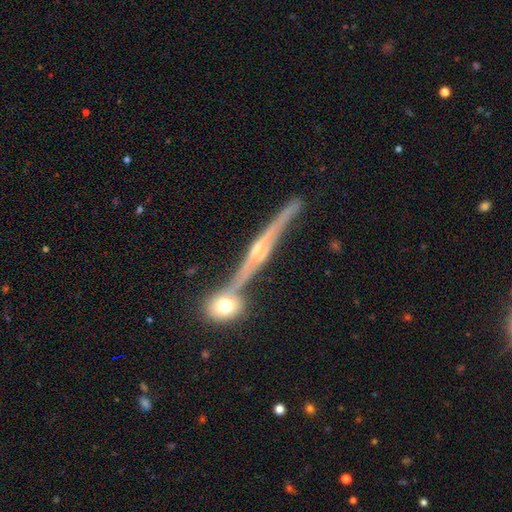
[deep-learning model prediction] Smooth or featured? featured or disk (79%)
Edge-on disk? yes (95%)
Edge-on bulge? rounded (83%)
Merging? none (65%)